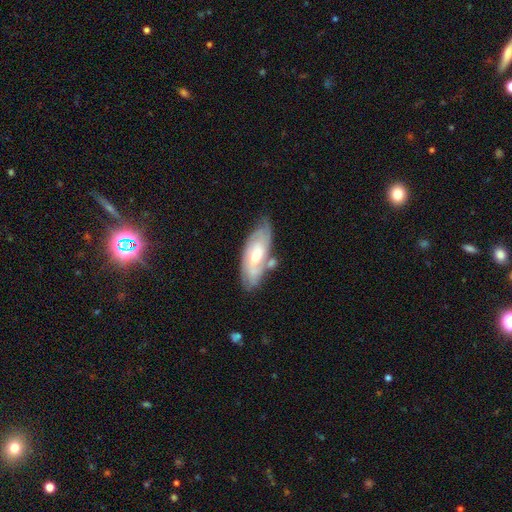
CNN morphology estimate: This is likely a featured or disk galaxy (63%). It is clearly not viewed edge-on (84%). Bar: likely no (61%). Spiral arm pattern: likely yes (79%). Central bulge: likely moderate (65%). Merging: possibly none (57%).